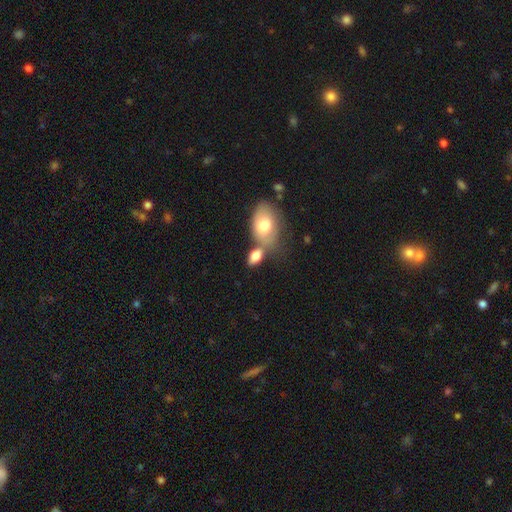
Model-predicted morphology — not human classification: type=smooth (79%); roundness=in between (87%); merging=none (43%).